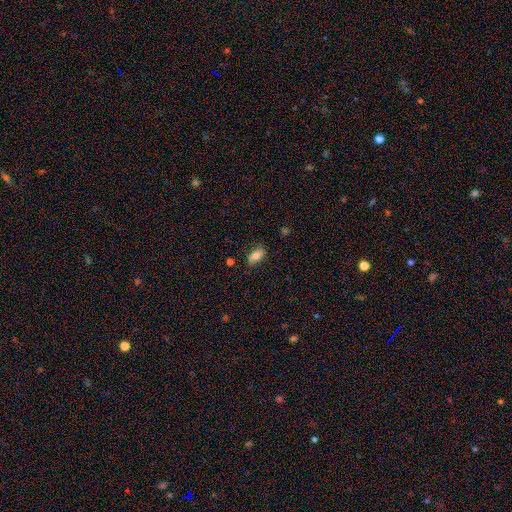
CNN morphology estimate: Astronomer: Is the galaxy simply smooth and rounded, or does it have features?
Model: smooth — 78%.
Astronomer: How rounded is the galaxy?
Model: in between — 90%.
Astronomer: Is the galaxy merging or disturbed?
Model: none — 82%.